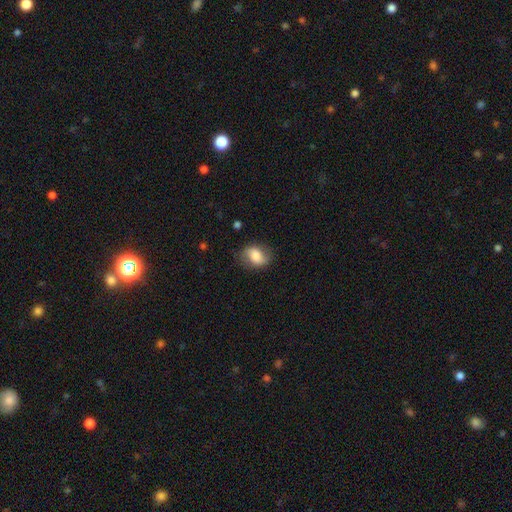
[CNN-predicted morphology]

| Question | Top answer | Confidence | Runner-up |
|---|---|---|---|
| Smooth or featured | smooth | 68% | featured or disk (24%) |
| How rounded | in between | 72% | round (27%) |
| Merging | none | 74% | minor disturbance (19%) |